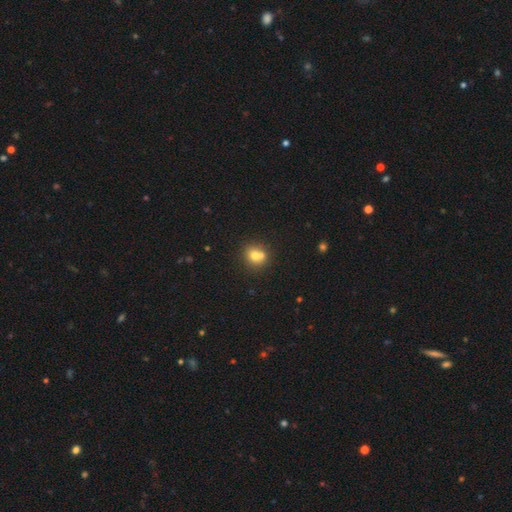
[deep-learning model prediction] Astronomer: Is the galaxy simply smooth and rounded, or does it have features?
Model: smooth — 72%.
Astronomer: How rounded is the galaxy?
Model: round — 77%.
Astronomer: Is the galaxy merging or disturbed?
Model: none — 48% (runner-up: merger, 39%).